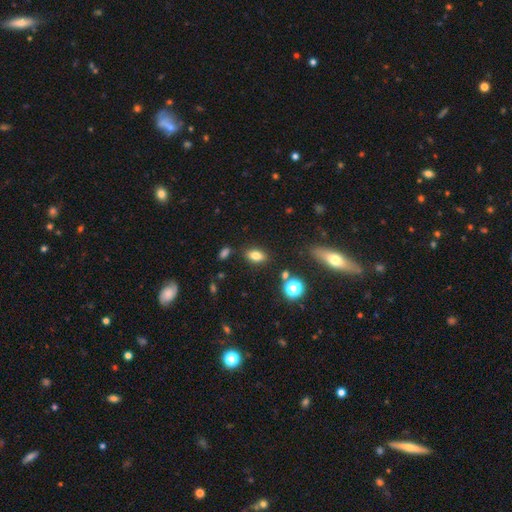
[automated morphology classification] Smooth or featured: smooth — 78% (star or artifact — 13%)
How rounded: in between — 83% (round — 10%)
Merging: none — 83% (minor disturbance — 10%)